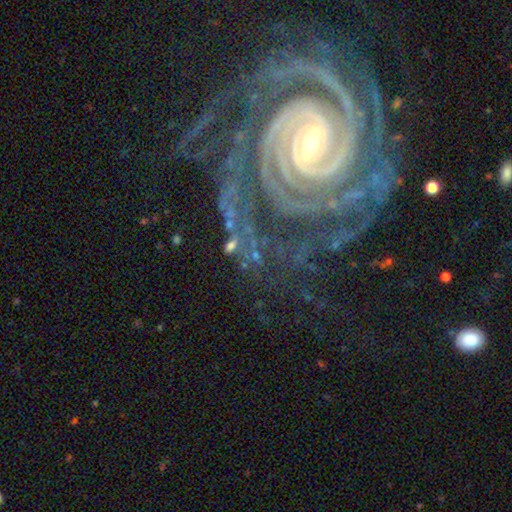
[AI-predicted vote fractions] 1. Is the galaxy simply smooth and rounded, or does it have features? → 61% featured or disk, 22% star or artifact, 17% smooth.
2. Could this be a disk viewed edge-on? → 92% no, 8% yes.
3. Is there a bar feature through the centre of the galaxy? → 39% no, 32% weak, 28% strong.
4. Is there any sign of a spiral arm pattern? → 86% yes, 14% no.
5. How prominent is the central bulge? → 47% small, 34% moderate, 8% none, 7% large, 4% dominant.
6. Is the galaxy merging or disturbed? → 62% none, 18% minor disturbance, 13% major disturbance, 8% merger.